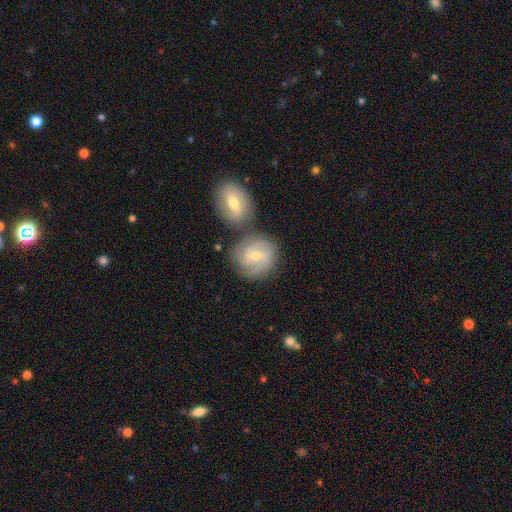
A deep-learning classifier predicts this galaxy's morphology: A featured or disk galaxy (65%) with a weak bar (47%), 2 (44%) tight (46%) spiral arms (90%) and a moderate central bulge (53%). Merging: none (55%).